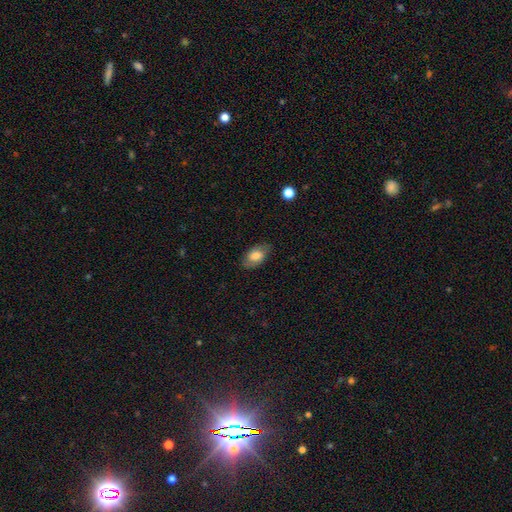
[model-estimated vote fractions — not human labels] This is likely a smooth galaxy (68%). How rounded: clearly in between (90%). Merging: likely none (78%).